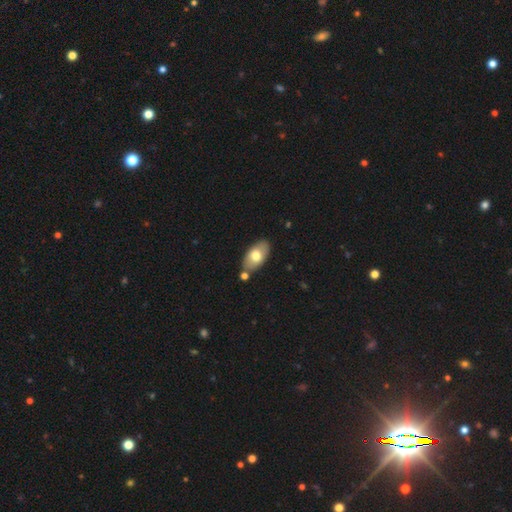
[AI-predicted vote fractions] This is likely a smooth galaxy (70%). How rounded: clearly in between (94%). Merging: likely none (78%).